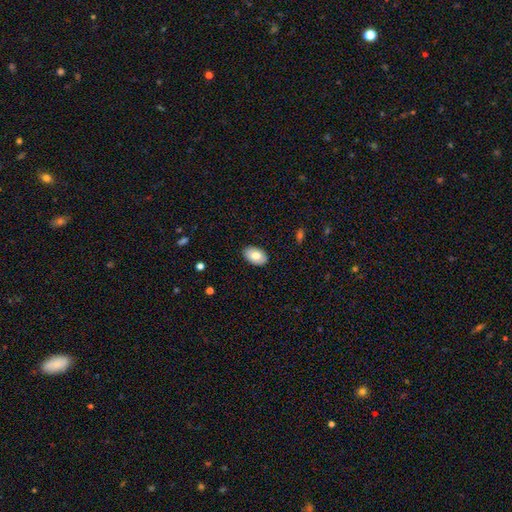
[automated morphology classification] This appears to be a smooth galaxy with no disk features (77%) that is in between round and cigar-shaped (92%). Merging: none (88%).